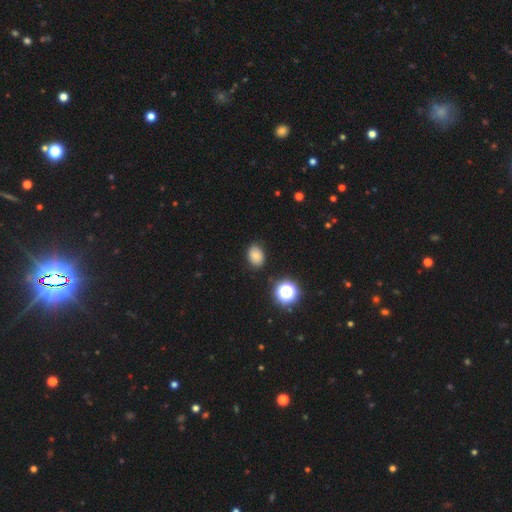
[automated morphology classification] A smooth galaxy with no disk features (79%) that is in between round and cigar-shaped (72%). Merging: none (84%).